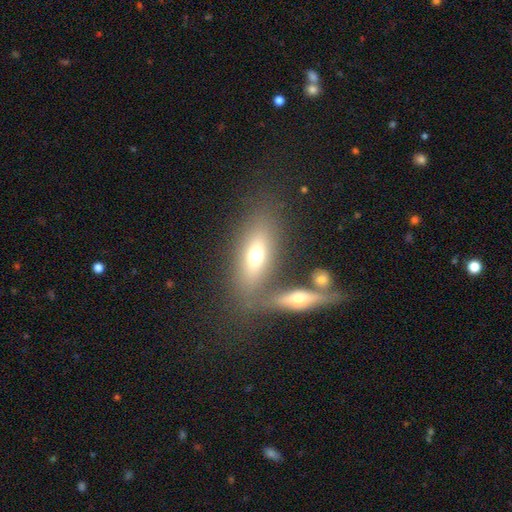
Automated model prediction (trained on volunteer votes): Q: Smooth or featured?
A: smooth (60%); runner-up: featured or disk (31%)
Q: How rounded?
A: in between (70%); runner-up: cigar-shaped (25%)
Q: Merging?
A: none (57%); runner-up: merger (25%)